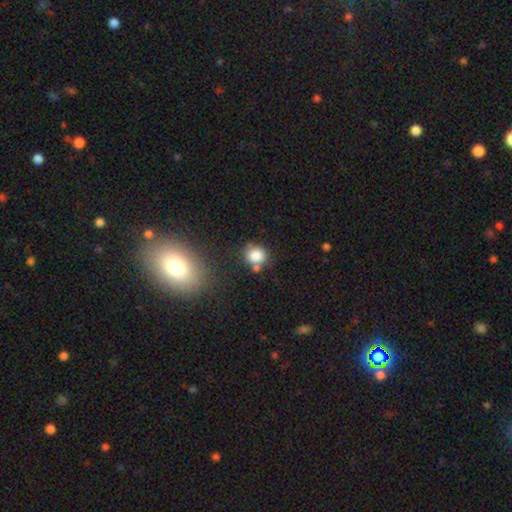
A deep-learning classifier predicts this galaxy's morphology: smooth_or_featured: smooth (p=0.83) [alt: star or artifact p=0.11]
how_rounded: round (p=0.79) [alt: in between p=0.20]
merging: none (p=0.66) [alt: merger p=0.16]